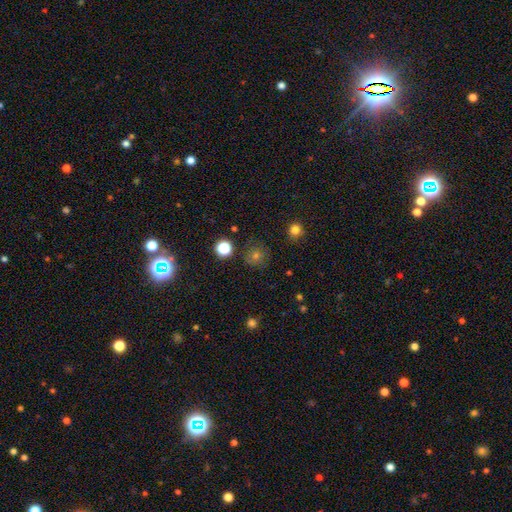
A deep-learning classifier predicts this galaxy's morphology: smooth 53%, star or artifact 36%, featured or disk 12%. Down the decision tree: how rounded — round (92%); merging — none (85%).